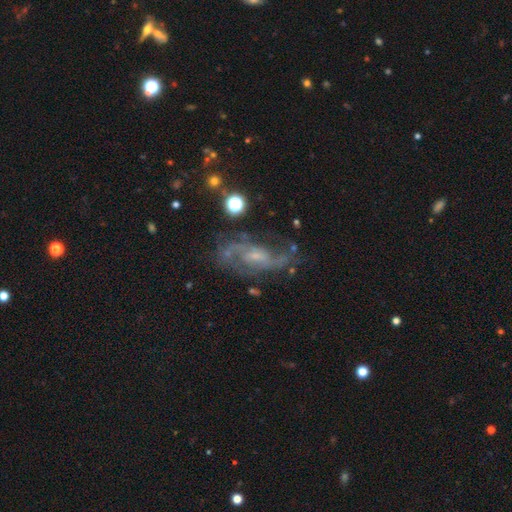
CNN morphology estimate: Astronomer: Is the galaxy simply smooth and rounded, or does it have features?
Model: featured or disk — 79%.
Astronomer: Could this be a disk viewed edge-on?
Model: no — 94%.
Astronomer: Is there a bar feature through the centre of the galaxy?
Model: no — 45% (runner-up: weak, 44%).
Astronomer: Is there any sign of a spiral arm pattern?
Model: yes — 90%.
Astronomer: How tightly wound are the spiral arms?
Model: medium — 46% (runner-up: loose, 36%).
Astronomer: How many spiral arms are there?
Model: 2 — 70%.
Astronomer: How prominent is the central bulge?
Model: small — 56%.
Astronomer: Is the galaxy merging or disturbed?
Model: none — 62%.